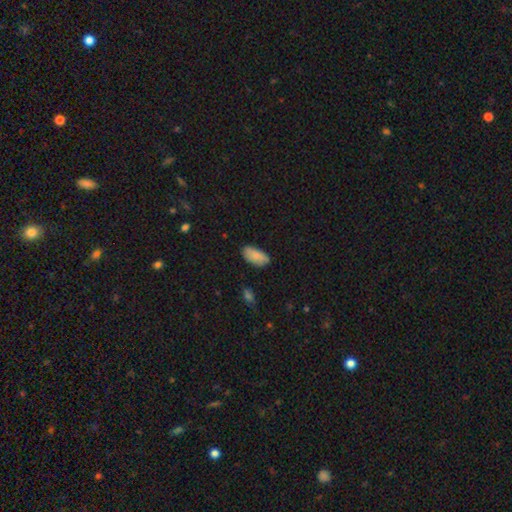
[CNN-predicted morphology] Smooth or featured? Predicted: smooth (p=0.85). How rounded? Predicted: in between (p=0.94). Merging? Predicted: none (p=0.79).